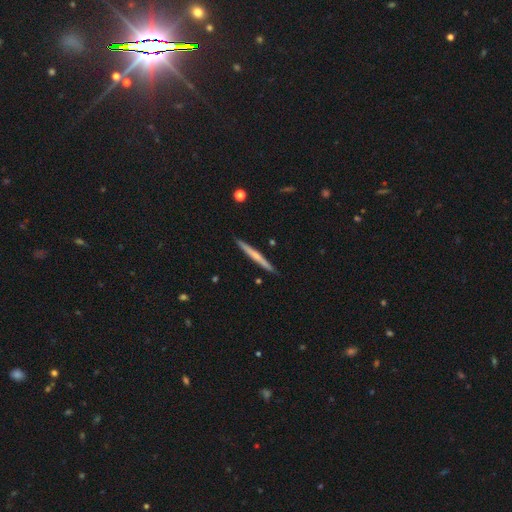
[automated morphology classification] This is possibly a featured or disk galaxy (51%). It is clearly viewed edge-on (98%). Merging: clearly none (92%).